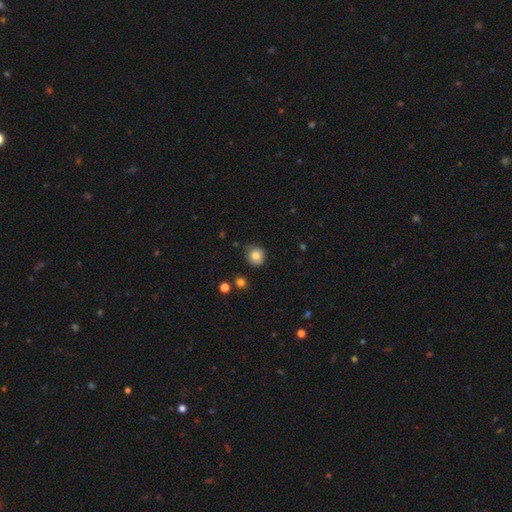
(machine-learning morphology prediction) Q: Smooth or featured?
A: smooth (82%); runner-up: star or artifact (10%)
Q: How rounded?
A: round (88%); runner-up: in between (11%)
Q: Merging?
A: none (81%); runner-up: minor disturbance (15%)